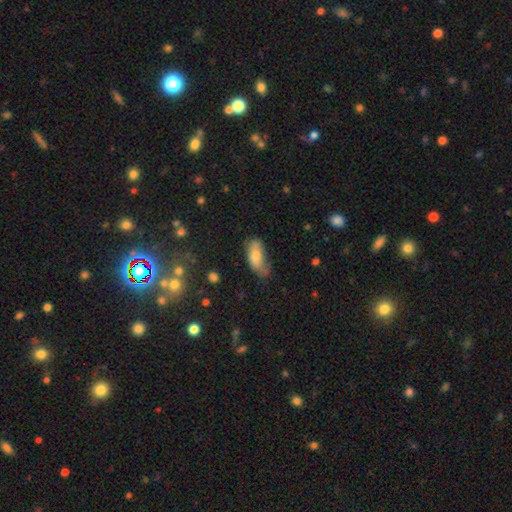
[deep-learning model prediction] Overall: smooth (74%). How rounded: in between (85%). Merging: minor disturbance (38%, tied with none).